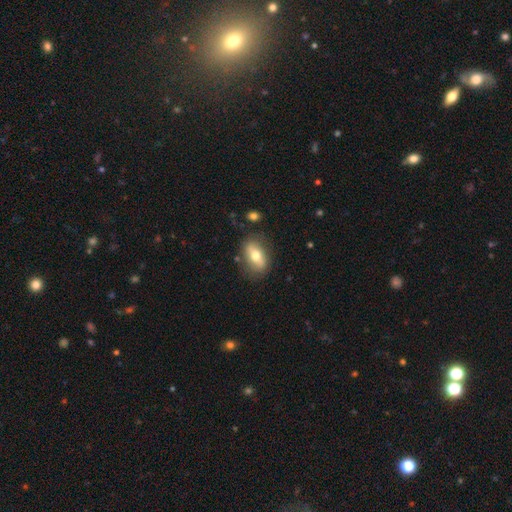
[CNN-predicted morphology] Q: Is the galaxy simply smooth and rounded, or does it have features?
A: smooth — 61%.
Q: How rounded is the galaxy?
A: in between — 84%.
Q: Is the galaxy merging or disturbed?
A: none — 78%.